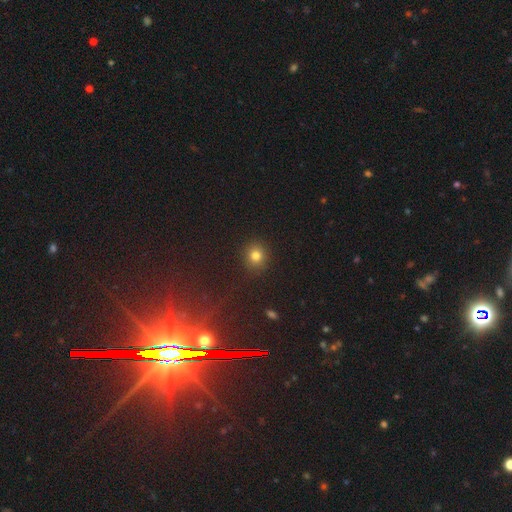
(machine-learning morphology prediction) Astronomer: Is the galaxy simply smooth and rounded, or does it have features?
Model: smooth — 80%.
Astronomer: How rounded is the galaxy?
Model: round — 90%.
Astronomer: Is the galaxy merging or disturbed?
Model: none — 91%.